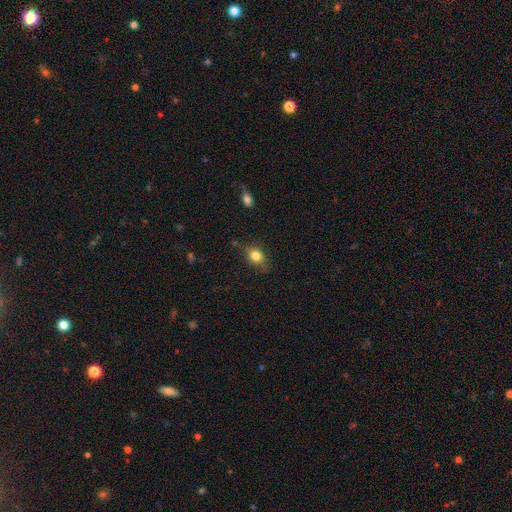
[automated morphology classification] smooth 81%, star or artifact 10%, featured or disk 10%. Down the decision tree: how rounded — in between (62%); merging — none (70%).